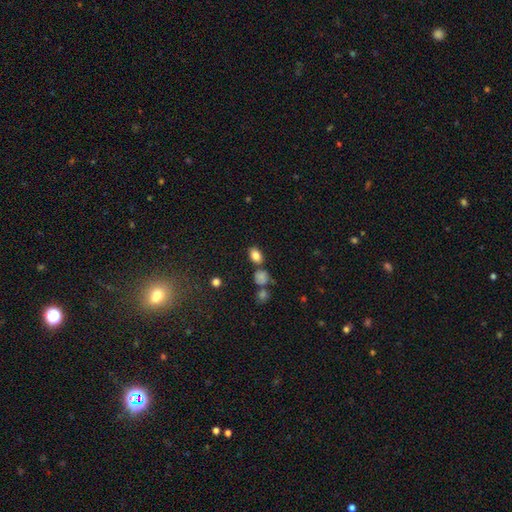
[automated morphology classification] smooth-or-featured: smooth: 82% | star or artifact: 11% | featured or disk: 7%
  how-rounded: in between: 80% | round: 18% | cigar-shaped: 1%
  merging: none: 72% | minor disturbance: 13% | merger: 12% | major disturbance: 4%